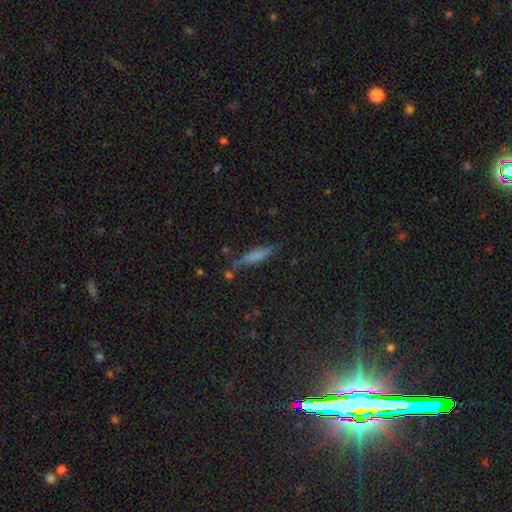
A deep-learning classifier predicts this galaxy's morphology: This appears to be a smooth galaxy with no disk features (63%) that is cigar-shaped (80%). Merging: none (69%).